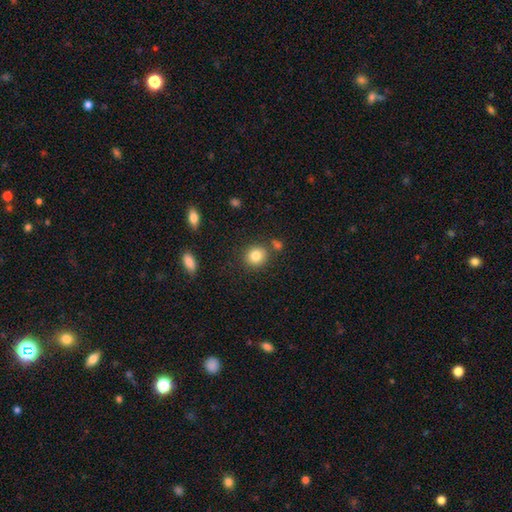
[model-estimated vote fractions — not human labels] smooth_or_featured: smooth (p=0.83) [alt: star or artifact p=0.10]
how_rounded: round (p=0.85) [alt: in between p=0.14]
merging: none (p=0.81) [alt: minor disturbance p=0.09]